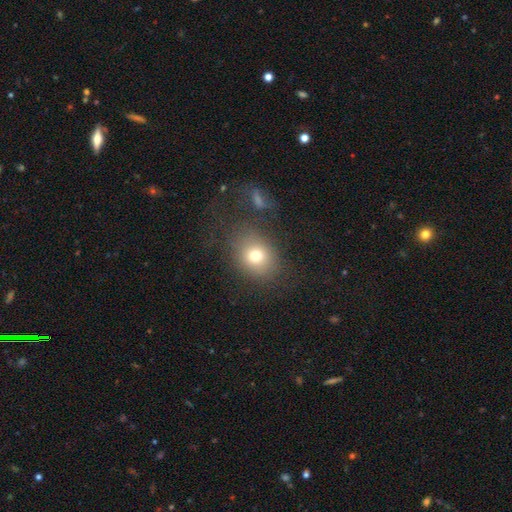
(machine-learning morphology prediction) The model was most divided on "how rounded": round: 61%, in between: 38%, cigar-shaped: 1%. More confident: smooth or featured — smooth (73%); merging — none (70%).